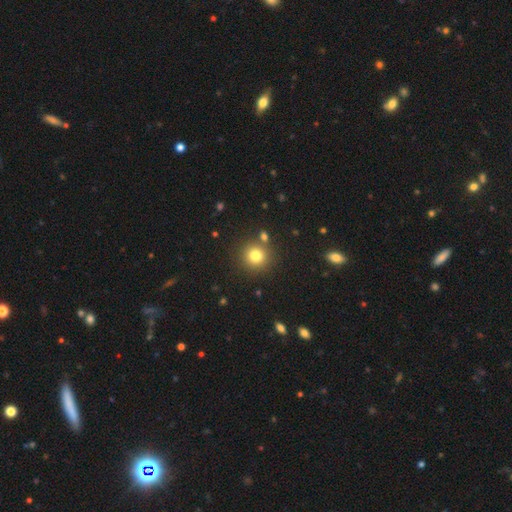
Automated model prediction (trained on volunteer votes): smooth-or-featured: smooth: 79% | star or artifact: 13% | featured or disk: 8%
  how-rounded: round: 92% | in between: 7% | cigar-shaped: 1%
  merging: none: 82% | merger: 8% | minor disturbance: 7% | major disturbance: 3%